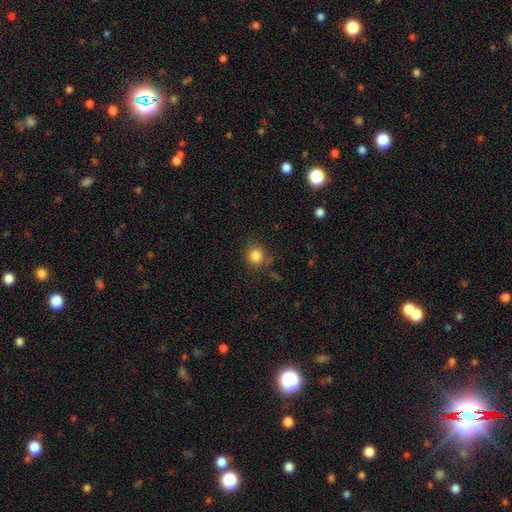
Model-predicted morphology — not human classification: smooth_or_featured: smooth (p=0.83) [alt: star or artifact p=0.12]
how_rounded: round (p=0.85) [alt: in between p=0.14]
merging: none (p=0.79) [alt: minor disturbance p=0.13]